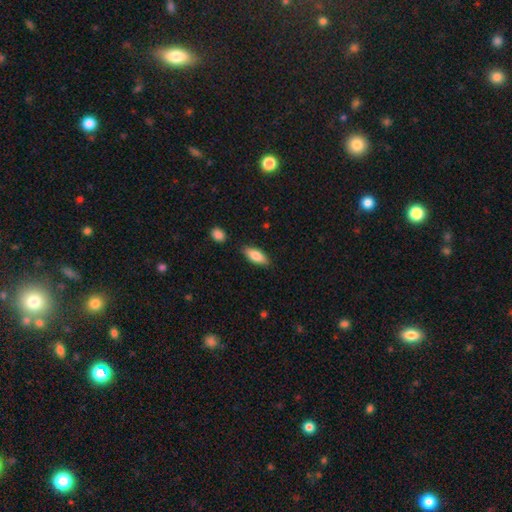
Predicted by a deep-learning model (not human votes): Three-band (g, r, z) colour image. It shows a smooth galaxy with no disk features (82%) that is in between round and cigar-shaped (76%). Merging: none (83%).